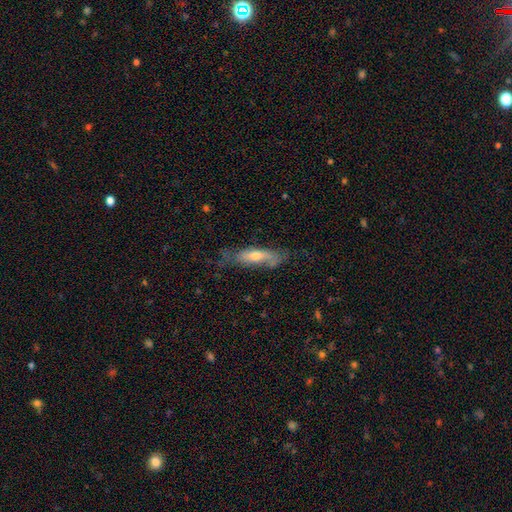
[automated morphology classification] Q: Smooth or featured?
A: featured or disk (49%); runner-up: smooth (44%)
Q: Merging?
A: none (57%); runner-up: minor disturbance (28%)